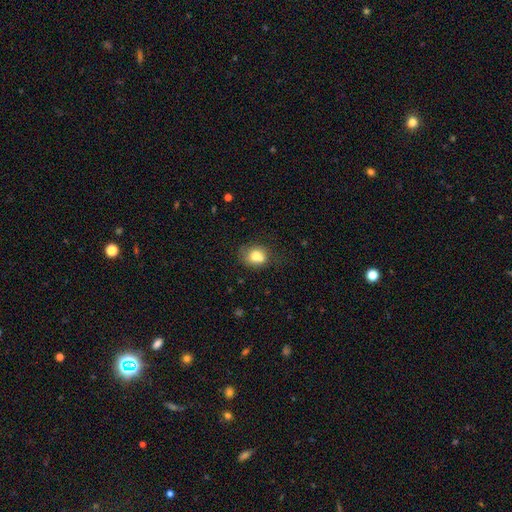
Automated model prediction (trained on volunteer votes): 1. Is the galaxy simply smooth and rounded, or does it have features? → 74% smooth, 16% featured or disk, 10% star or artifact.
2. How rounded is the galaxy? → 57% round, 42% in between, 1% cigar-shaped.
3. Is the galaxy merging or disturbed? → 48% none, 26% merger, 19% minor disturbance, 7% major disturbance.